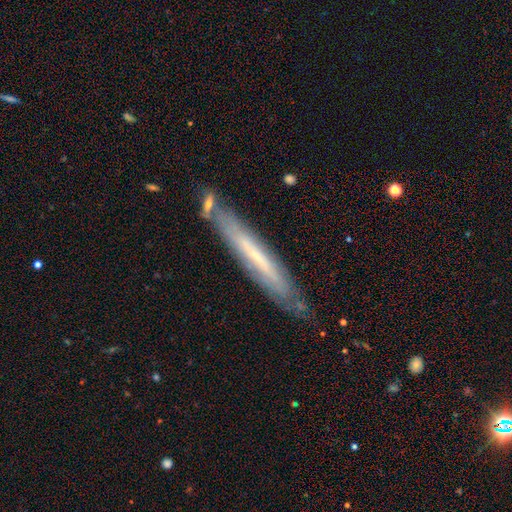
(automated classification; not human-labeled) Smooth or featured? Predicted: featured or disk (p=0.57). Edge-on disk? Predicted: yes (p=0.78). Merging? Predicted: none (p=0.76).